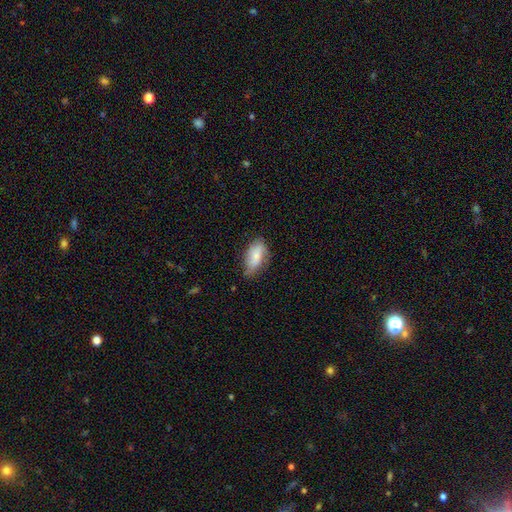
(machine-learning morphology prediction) smooth-or-featured: smooth: 74% | featured or disk: 19% | star or artifact: 7%
  how-rounded: in between: 89% | cigar-shaped: 8% | round: 3%
  merging: none: 57% | minor disturbance: 34% | major disturbance: 7% | merger: 2%